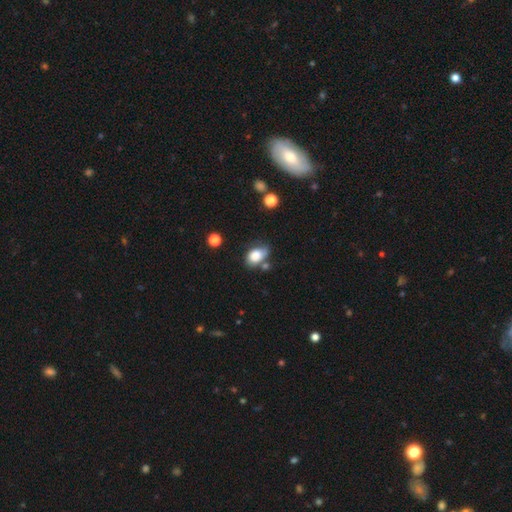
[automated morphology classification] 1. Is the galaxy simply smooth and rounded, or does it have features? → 79% smooth, 12% featured or disk, 9% star or artifact.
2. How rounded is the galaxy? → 81% in between, 18% round, 1% cigar-shaped.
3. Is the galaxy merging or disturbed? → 48% none, 28% minor disturbance, 14% merger, 10% major disturbance.